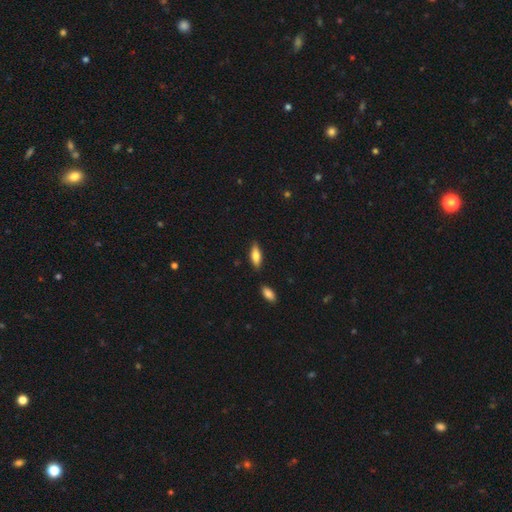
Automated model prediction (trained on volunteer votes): Q: Smooth or featured?
A: smooth (72%); runner-up: featured or disk (21%)
Q: How rounded?
A: in between (62%); runner-up: cigar-shaped (36%)
Q: Merging?
A: none (82%); runner-up: minor disturbance (12%)